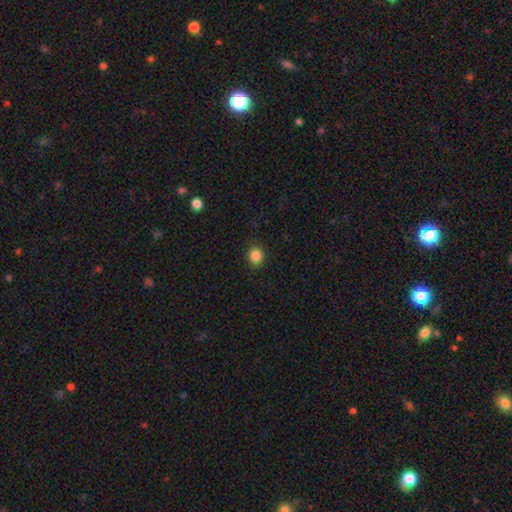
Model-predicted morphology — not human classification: smooth 86%, star or artifact 10%, featured or disk 3%. Down the decision tree: how rounded — round (84%); merging — none (91%).